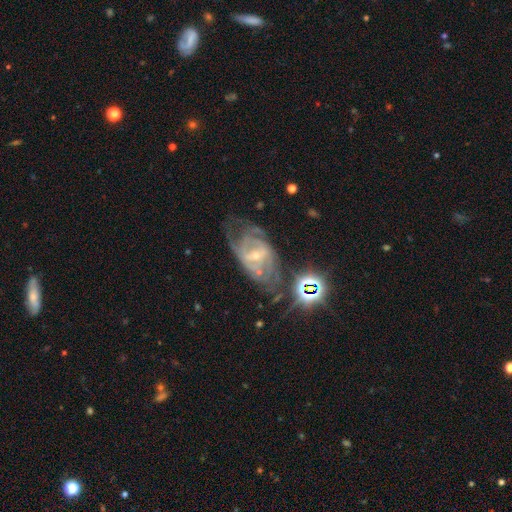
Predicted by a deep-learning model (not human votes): Q: Smooth or featured?
A: featured or disk (82%); runner-up: star or artifact (10%)
Q: Edge-on disk?
A: no (95%); runner-up: yes (5%)
Q: Bar?
A: weak (45%); runner-up: strong (31%)
Q: Spiral arms?
A: yes (89%); runner-up: no (11%)
Q: Spiral winding?
A: medium (44%); runner-up: tight (41%)
Q: Spiral arm count?
A: can't tell (37%); runner-up: 2 (33%)
Q: Bulge size?
A: small (69%); runner-up: moderate (27%)
Q: Merging?
A: none (48%); runner-up: major disturbance (23%)